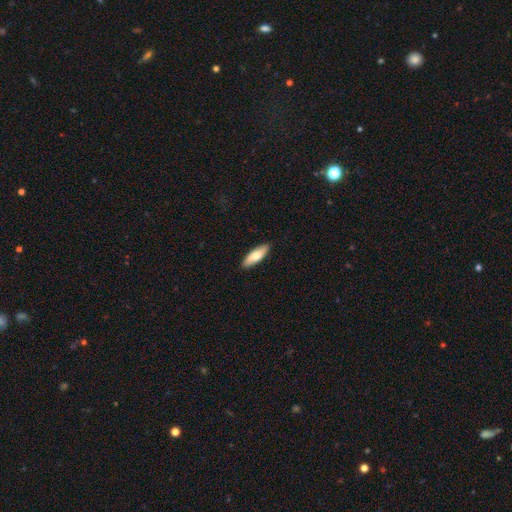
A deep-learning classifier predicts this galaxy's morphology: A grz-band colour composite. It shows a smooth galaxy with no disk features (72%) that is in between round and cigar-shaped (58%). Merging: none (89%).